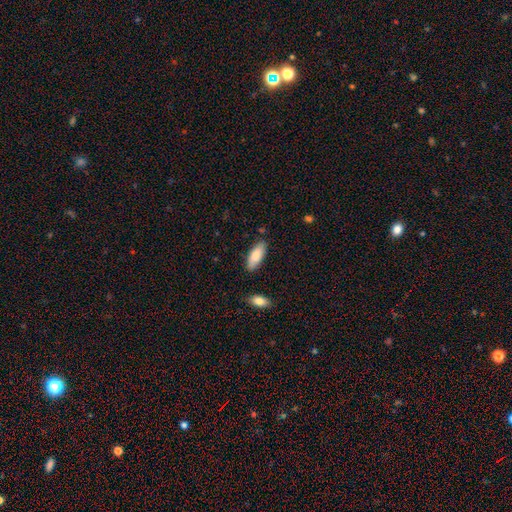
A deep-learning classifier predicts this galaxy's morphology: This appears to be a smooth galaxy with no disk features (85%) that is in between round and cigar-shaped (75%). Merging: none (83%).